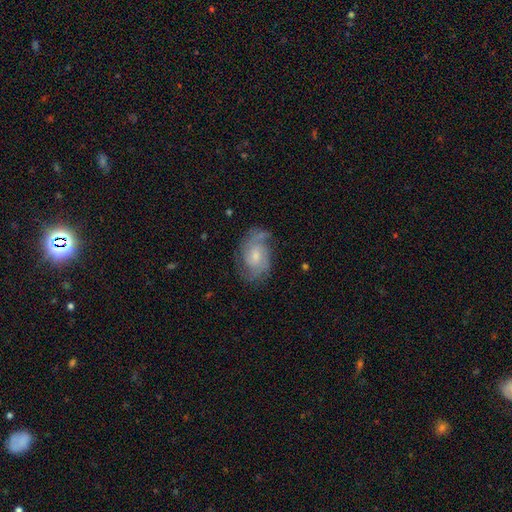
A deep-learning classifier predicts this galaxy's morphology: Overall: featured or disk (76%). Edge-on disk: no (97%). Bar: no (57%; weak 38%). Spiral arms: yes (93%). Spiral arm count: 2 (62%). Spiral winding: medium (45%; tight 40%). Bulge size: small (45%; moderate 42%). Merging: none (67%).